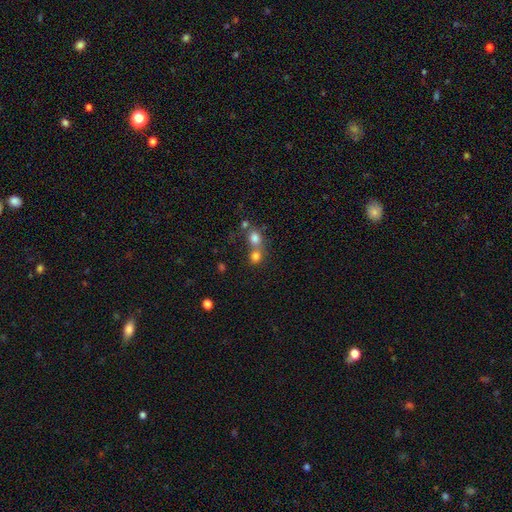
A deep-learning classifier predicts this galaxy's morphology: Smooth or featured?
  - smooth: 76% *
  - star or artifact: 14%
  - featured or disk: 10%
How rounded?
  - round: 69% *
  - in between: 29%
  - cigar-shaped: 1%
Merging?
  - merger: 55% *
  - none: 35%
  - minor disturbance: 6%
  - major disturbance: 3%